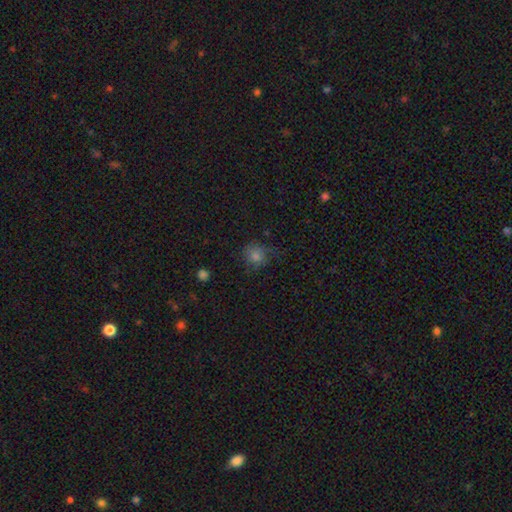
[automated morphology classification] A smooth galaxy with no disk features (72%) that is round (81%).

Vote fractions:
- Smooth or featured? smooth: 72% / star or artifact: 17% / featured or disk: 11%
- How rounded? round: 81% / in between: 18% / cigar-shaped: 1%
- Merging? none: 62% / minor disturbance: 24% / major disturbance: 12% / merger: 2%